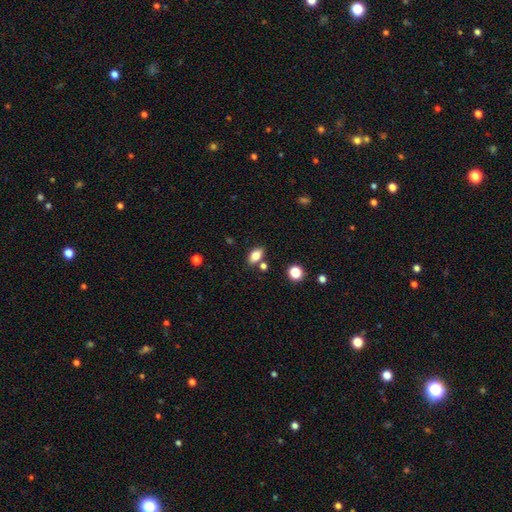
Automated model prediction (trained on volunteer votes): This appears to be a smooth galaxy with no disk features (79%) that is in between round and cigar-shaped (87%). Merging: none (76%).